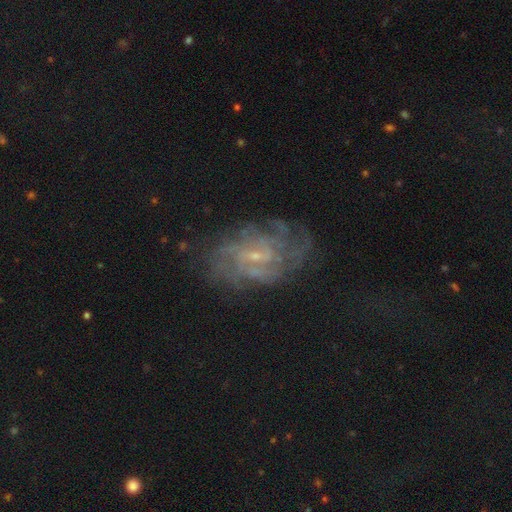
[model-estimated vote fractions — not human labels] Smooth or featured?
  - featured or disk: 80% *
  - smooth: 11%
  - star or artifact: 10%
Edge-on disk?
  - no: 97% *
  - yes: 3%
Bar?
  - weak: 54% *
  - no: 34%
  - strong: 12%
Spiral arms?
  - yes: 87% *
  - no: 13%
Spiral winding?
  - tight: 48% *
  - medium: 36%
  - loose: 16%
Spiral arm count?
  - can't tell: 49% *
  - 4: 15%
  - 2: 12%
  - 3: 10%
  - more than 4: 8%
  - 1: 6%
Bulge size?
  - small: 74% *
  - moderate: 16%
  - none: 8%
  - large: 1%
  - dominant: 1%
Merging?
  - none: 66% *
  - minor disturbance: 18%
  - major disturbance: 13%
  - merger: 2%